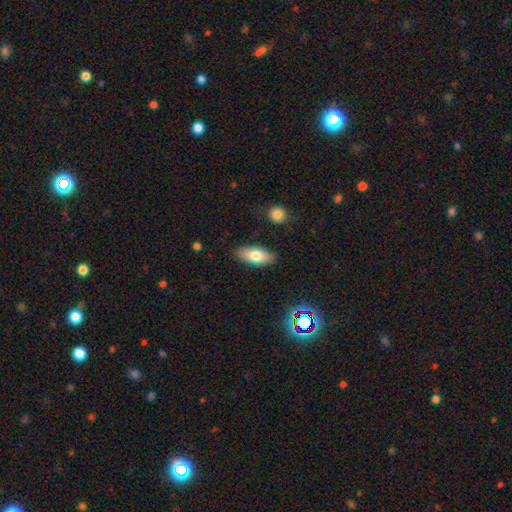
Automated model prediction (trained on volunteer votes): This appears to be a smooth galaxy with no disk features (73%) that is in between round and cigar-shaped (83%). Merging: none (86%).